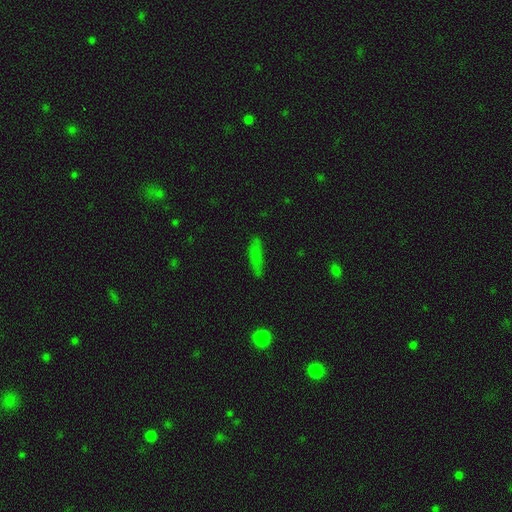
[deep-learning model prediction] A smooth galaxy with no disk features (70%) that is cigar-shaped (67%).

Vote fractions:
- Smooth or featured? smooth: 70% / featured or disk: 15% / star or artifact: 15%
- How rounded? cigar-shaped: 67% / in between: 29% / round: 4%
- Merging? none: 78% / minor disturbance: 16% / major disturbance: 4% / merger: 2%